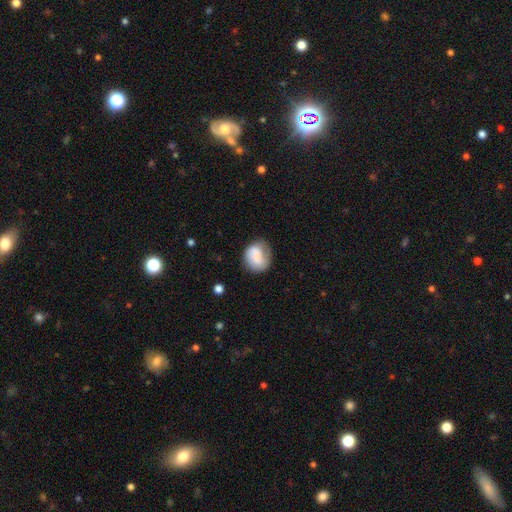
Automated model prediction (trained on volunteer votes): Q: Smooth or featured?
A: smooth (72%); runner-up: featured or disk (21%)
Q: How rounded?
A: round (59%); runner-up: in between (40%)
Q: Merging?
A: none (56%); runner-up: minor disturbance (29%)